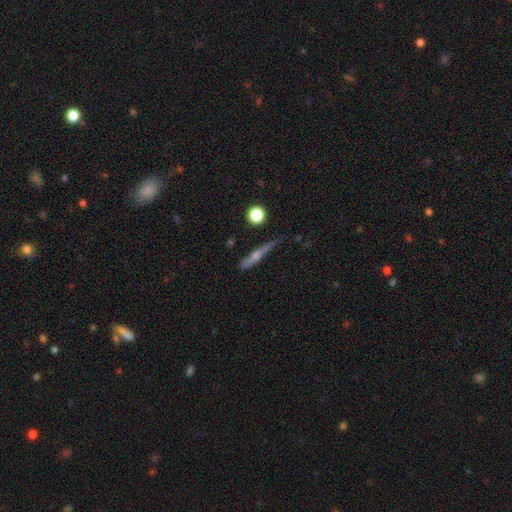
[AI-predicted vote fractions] Morphology: type=featured or disk (56%); edge-on=yes (93%); edge-on bulge=rounded (77%); merging=none (68%).